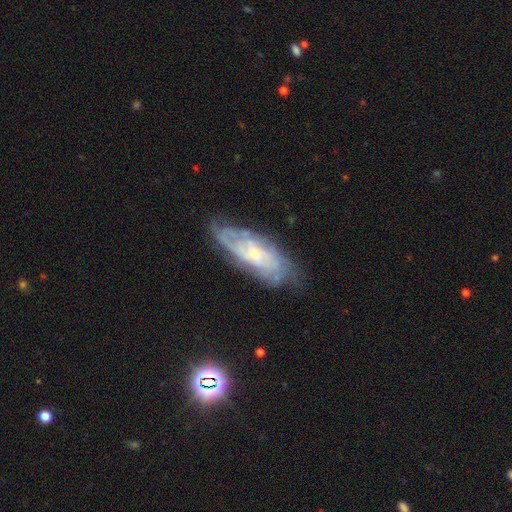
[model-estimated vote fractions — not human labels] Morphology: type=featured or disk (73%); edge-on=no (84%); bar=no (67%); spiral arms=yes (89%); winding=tight (65%); arm count=can't tell (59%); bulge=small (66%); merging=none (74%).